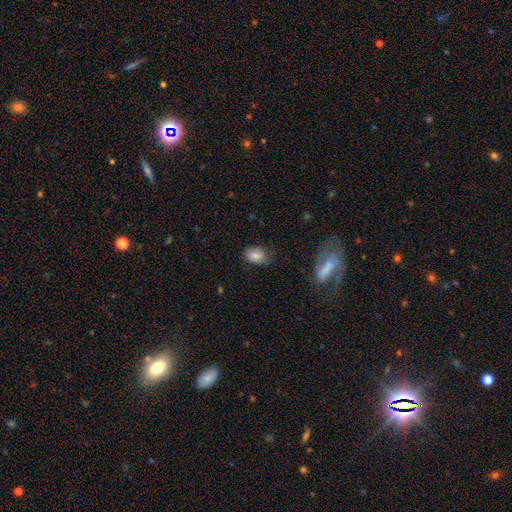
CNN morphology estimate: smooth_or_featured: smooth (p=0.82) [alt: featured or disk p=0.09]
how_rounded: in between (p=0.80) [alt: round p=0.19]
merging: none (p=0.74) [alt: minor disturbance p=0.20]